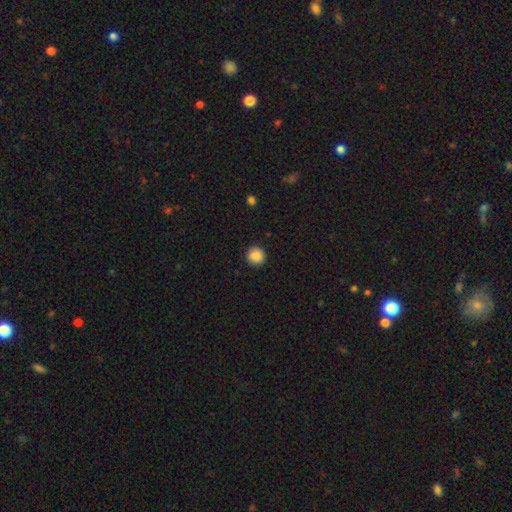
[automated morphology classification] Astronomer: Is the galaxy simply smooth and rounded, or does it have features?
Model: smooth — 88%.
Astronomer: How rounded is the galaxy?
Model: round — 94%.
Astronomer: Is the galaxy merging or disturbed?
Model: none — 92%.